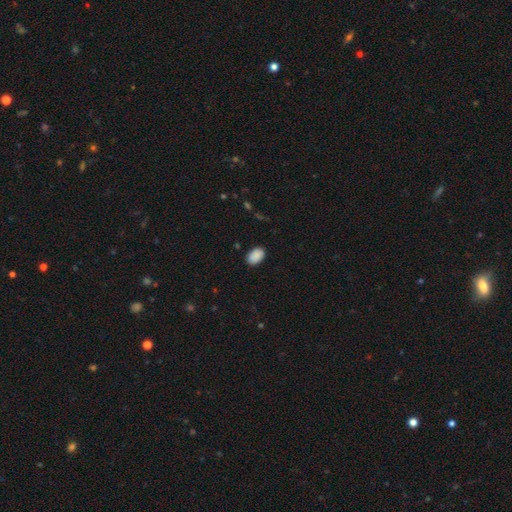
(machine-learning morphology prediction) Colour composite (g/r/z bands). It shows a smooth galaxy with no disk features (89%) that is in between round and cigar-shaped (87%). Merging: none (86%).